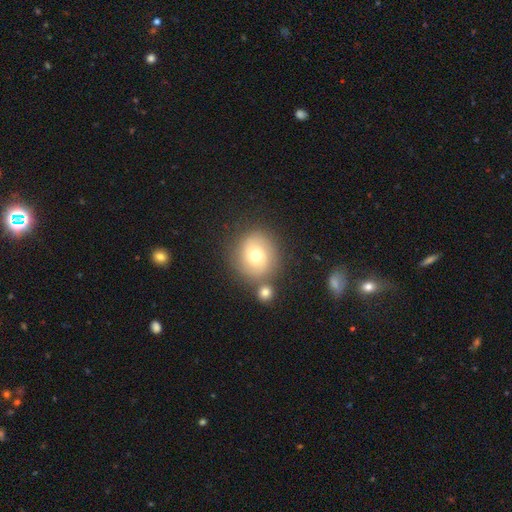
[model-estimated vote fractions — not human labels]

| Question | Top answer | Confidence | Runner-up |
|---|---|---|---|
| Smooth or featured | smooth | 52% | featured or disk (37%) |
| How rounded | round | 83% | in between (16%) |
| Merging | none | 69% | minor disturbance (13%) |